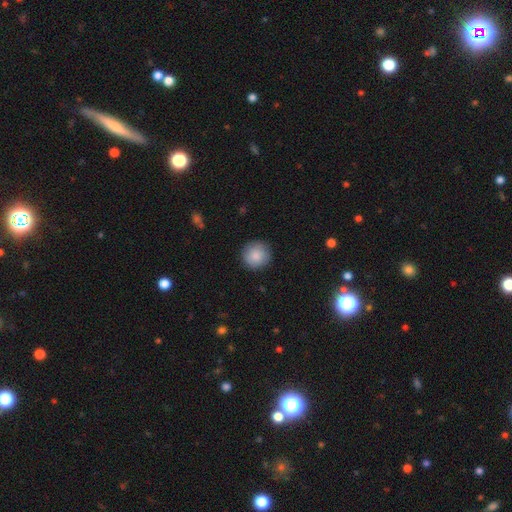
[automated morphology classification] A smooth galaxy with no disk features (87%) that is round (95%). Merging: none (89%).